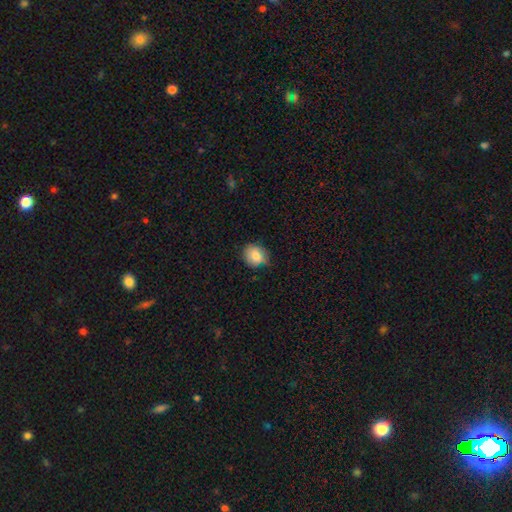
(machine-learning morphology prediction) Overall: smooth (81%). How rounded: round (70%; in between 30%). Merging: none (64%; minor disturbance 29%).